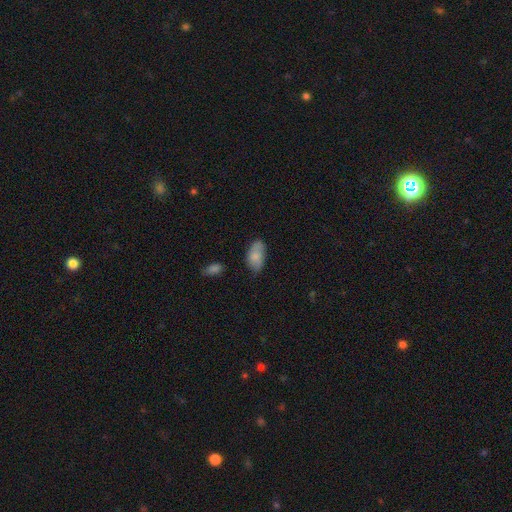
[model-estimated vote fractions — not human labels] Overall: smooth (78%). How rounded: in between (93%). Merging: none (62%; minor disturbance 29%).